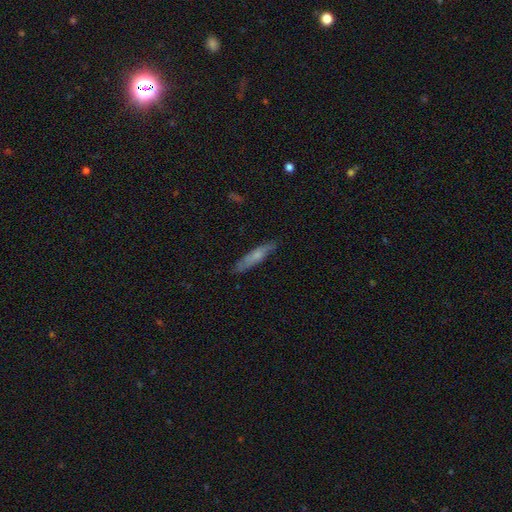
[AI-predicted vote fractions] Smooth or featured: smooth — 58% (featured or disk — 35%)
How rounded: cigar-shaped — 86% (in between — 12%)
Merging: none — 80% (minor disturbance — 16%)